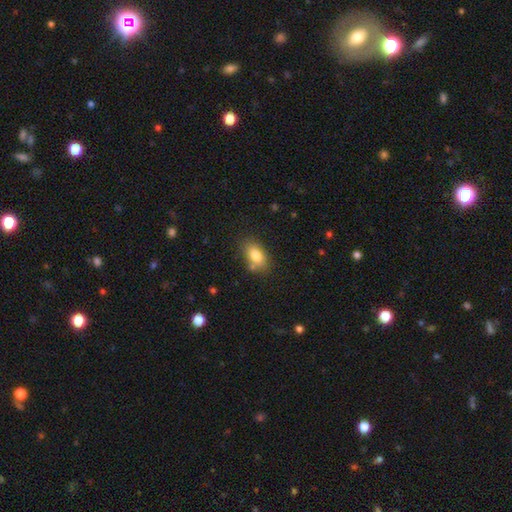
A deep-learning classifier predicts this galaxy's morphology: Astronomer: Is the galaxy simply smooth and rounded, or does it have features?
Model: smooth — 82%.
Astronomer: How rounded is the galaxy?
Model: in between — 87%.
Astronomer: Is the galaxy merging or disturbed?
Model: none — 73%.